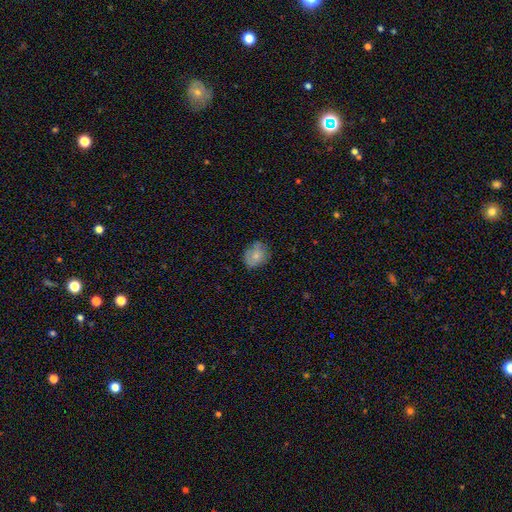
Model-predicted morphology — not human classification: This appears to be a smooth galaxy with no disk features (75%) that is round (54%). Merging: none (70%).